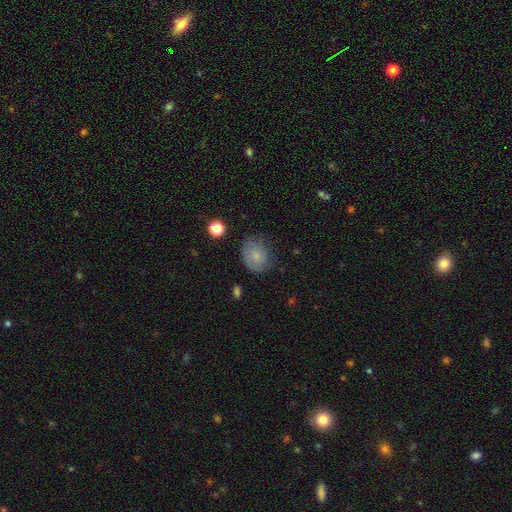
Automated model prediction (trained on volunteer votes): Smooth or featured? smooth (65%)
How rounded? round (60%)
Merging? none (66%)